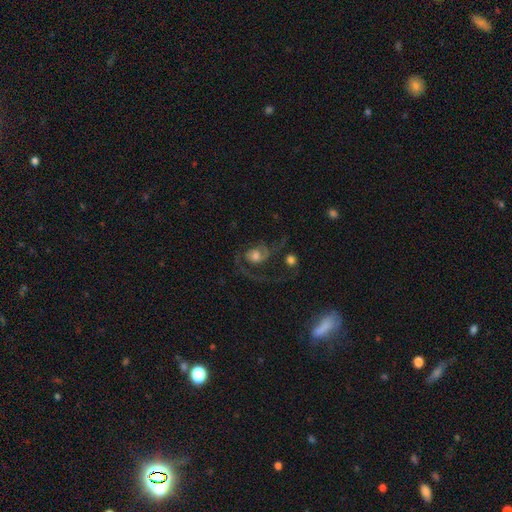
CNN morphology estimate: Smooth or featured? Predicted: featured or disk (p=0.73). Edge-on disk? Predicted: no (p=0.97). Bar? Predicted: no (p=0.67). Spiral arms? Predicted: yes (p=0.90). Spiral winding? Predicted: medium (p=0.44). Spiral arm count? Predicted: 2 (p=0.62). Bulge size? Predicted: moderate (p=0.53). Merging? Predicted: none (p=0.39).